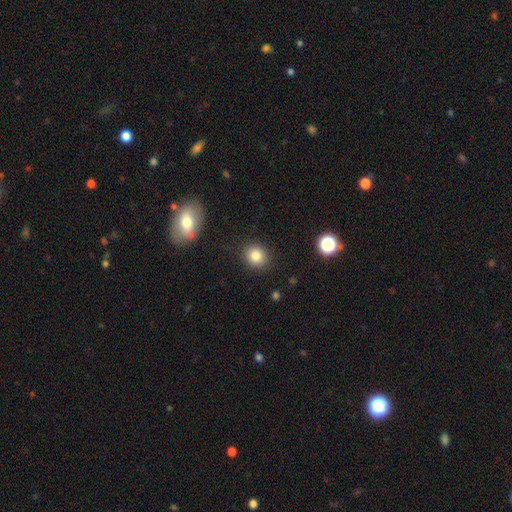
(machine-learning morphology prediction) Smooth or featured: smooth — 84% (star or artifact — 10%)
How rounded: round — 81% (in between — 19%)
Merging: none — 89% (minor disturbance — 7%)